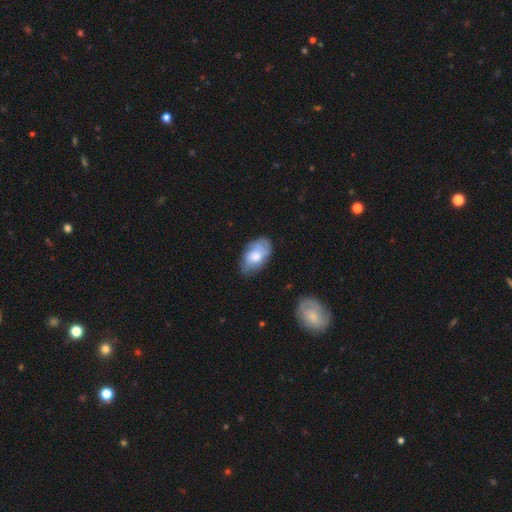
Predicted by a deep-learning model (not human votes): smooth-or-featured: smooth: 59% | featured or disk: 35% | star or artifact: 7%
  how-rounded: in between: 92% | round: 6% | cigar-shaped: 2%
  merging: none: 60% | minor disturbance: 29% | major disturbance: 9% | merger: 2%